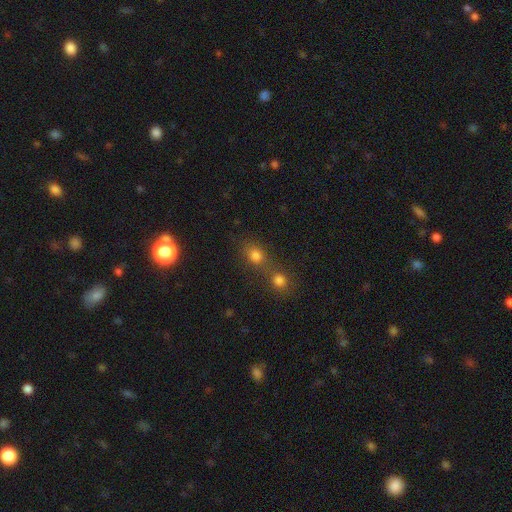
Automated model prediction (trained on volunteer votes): Q: Smooth or featured?
A: smooth (76%); runner-up: star or artifact (16%)
Q: How rounded?
A: round (64%); runner-up: in between (34%)
Q: Merging?
A: merger (51%); runner-up: none (38%)